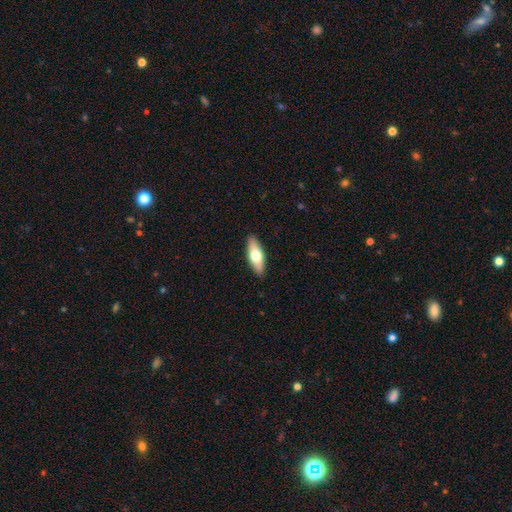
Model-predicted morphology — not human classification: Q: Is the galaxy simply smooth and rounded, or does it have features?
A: smooth — 58%.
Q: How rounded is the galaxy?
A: in between — 61%.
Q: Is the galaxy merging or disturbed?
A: none — 89%.